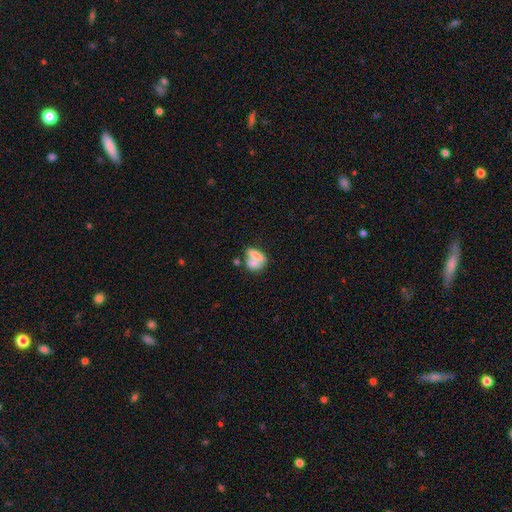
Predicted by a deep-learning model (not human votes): Q: Smooth or featured?
A: smooth (65%); runner-up: featured or disk (26%)
Q: How rounded?
A: in between (51%); runner-up: round (42%)
Q: Merging?
A: merger (44%); runner-up: none (31%)